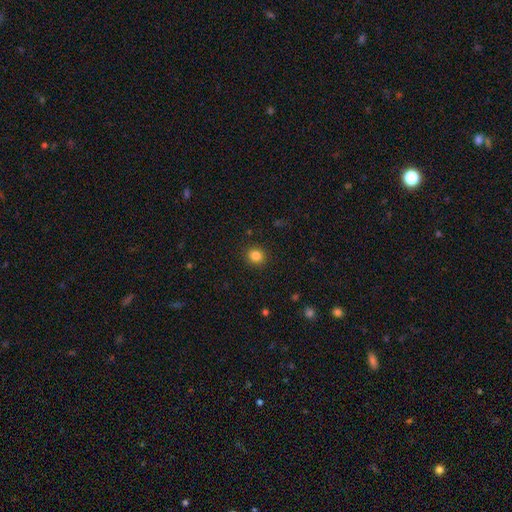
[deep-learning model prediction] Smooth or featured? Predicted: smooth (p=0.84). How rounded? Predicted: round (p=0.86). Merging? Predicted: none (p=0.91).